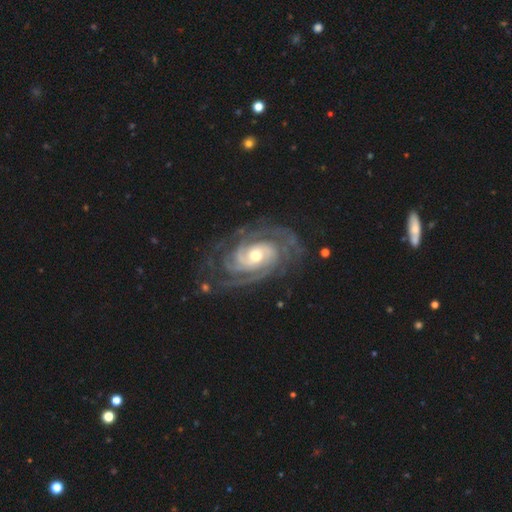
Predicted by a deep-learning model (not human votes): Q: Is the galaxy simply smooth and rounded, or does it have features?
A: featured or disk — 92%.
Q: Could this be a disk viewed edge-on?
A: no — 97%.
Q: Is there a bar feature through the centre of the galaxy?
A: no — 63%.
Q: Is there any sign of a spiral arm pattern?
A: yes — 98%.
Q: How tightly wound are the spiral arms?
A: tight — 71%.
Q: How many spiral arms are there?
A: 3 — 27%.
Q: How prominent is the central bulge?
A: moderate — 59%.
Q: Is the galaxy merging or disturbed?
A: none — 74%.